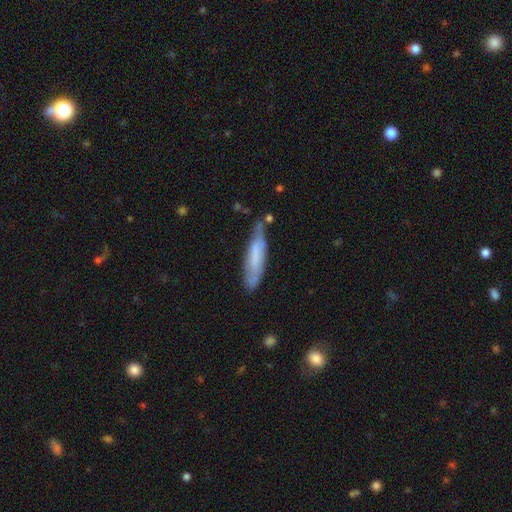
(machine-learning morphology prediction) type=smooth (59%); roundness=cigar-shaped (77%); merging=none (60%).